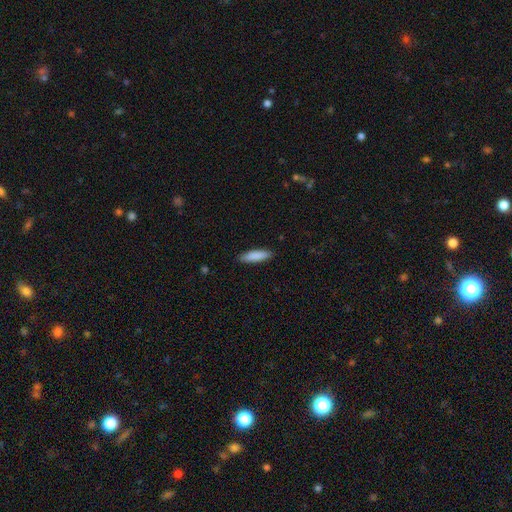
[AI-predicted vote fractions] Smooth or featured: smooth — 87% (featured or disk — 7%)
How rounded: cigar-shaped — 65% (in between — 33%)
Merging: none — 89% (minor disturbance — 8%)